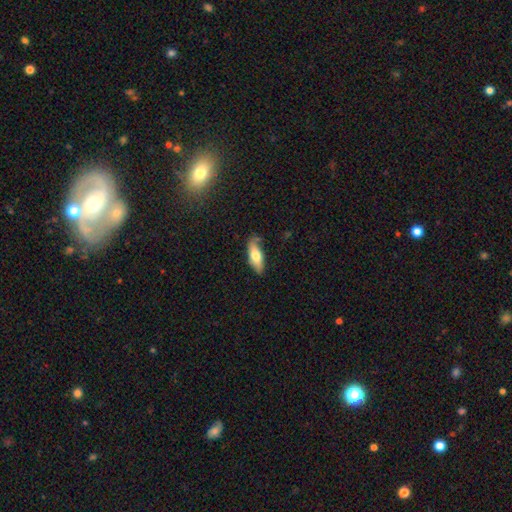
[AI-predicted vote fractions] smooth 66%, featured or disk 27%, star or artifact 6%. Down the decision tree: how rounded — in between (67%); merging — none (69%).